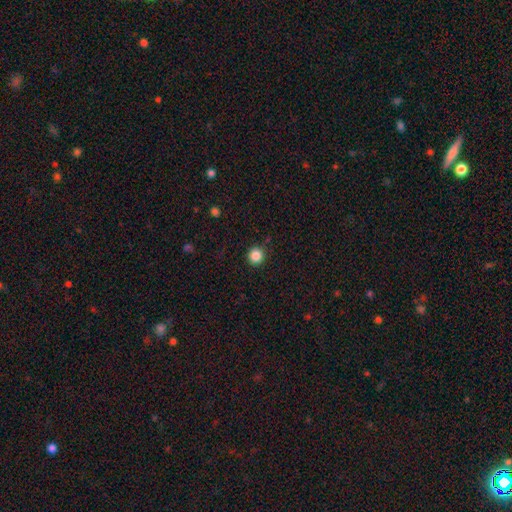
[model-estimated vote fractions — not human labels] Smooth or featured?
  - smooth: 86% *
  - star or artifact: 11%
  - featured or disk: 3%
How rounded?
  - round: 94% *
  - in between: 5%
  - cigar-shaped: 1%
Merging?
  - none: 90% *
  - minor disturbance: 7%
  - major disturbance: 2%
  - merger: 1%